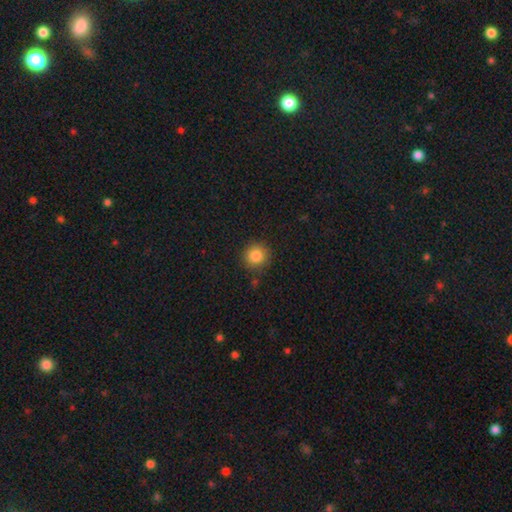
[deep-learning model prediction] Smooth or featured?
  - smooth: 85% *
  - star or artifact: 10%
  - featured or disk: 5%
How rounded?
  - round: 93% *
  - in between: 6%
  - cigar-shaped: 1%
Merging?
  - none: 88% *
  - minor disturbance: 8%
  - major disturbance: 2%
  - merger: 2%